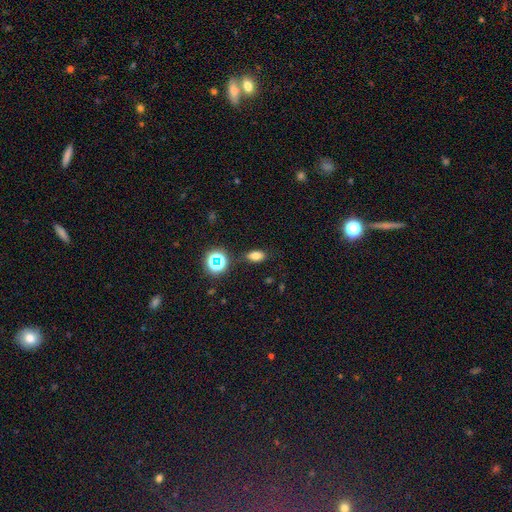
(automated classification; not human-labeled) Q: Smooth or featured?
A: smooth (74%); runner-up: star or artifact (18%)
Q: How rounded?
A: in between (84%); runner-up: round (13%)
Q: Merging?
A: none (83%); runner-up: minor disturbance (11%)